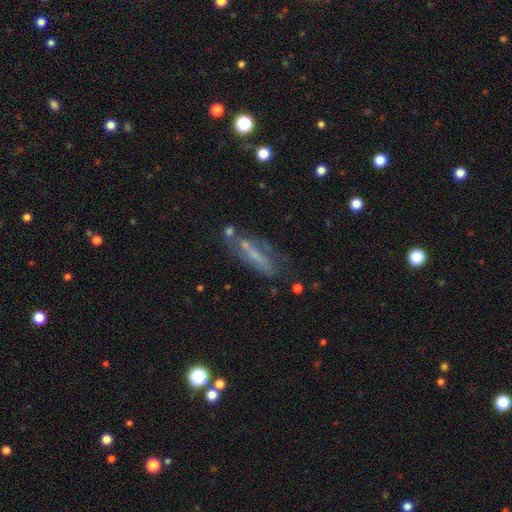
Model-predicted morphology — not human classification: This appears to be a featured or disk galaxy (52%). Merging: none (56%).